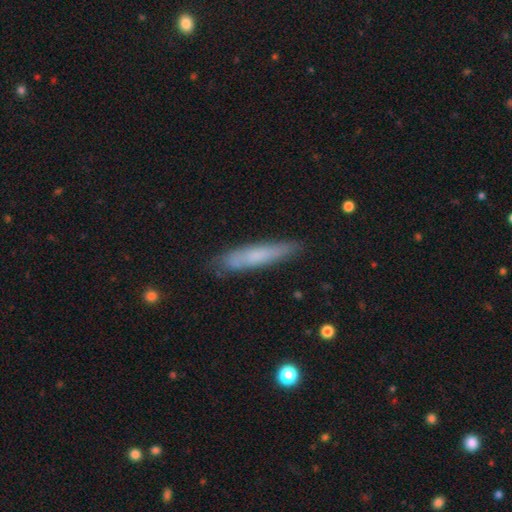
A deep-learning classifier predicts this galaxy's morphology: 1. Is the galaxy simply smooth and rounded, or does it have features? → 64% smooth, 29% featured or disk, 7% star or artifact.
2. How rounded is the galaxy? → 89% cigar-shaped, 10% in between, 1% round.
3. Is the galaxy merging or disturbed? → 80% none, 15% minor disturbance, 3% major disturbance, 2% merger.